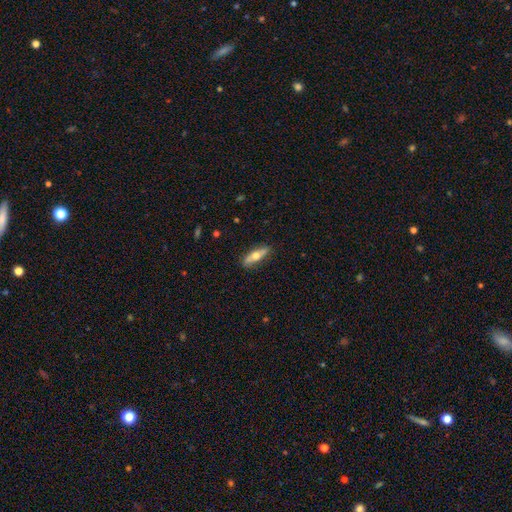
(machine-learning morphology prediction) smooth_or_featured: smooth (p=0.49) [alt: featured or disk p=0.46]
merging: none (p=0.84) [alt: minor disturbance p=0.12]